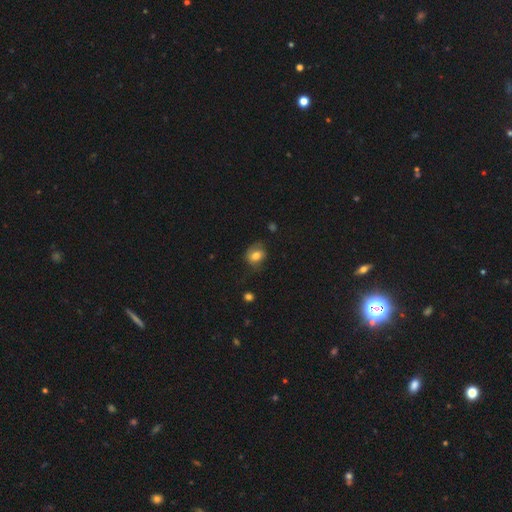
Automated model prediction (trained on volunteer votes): smooth_or_featured: smooth (p=0.71) [alt: featured or disk p=0.20]
how_rounded: in between (p=0.51) [alt: round p=0.48]
merging: none (p=0.56) [alt: minor disturbance p=0.28]